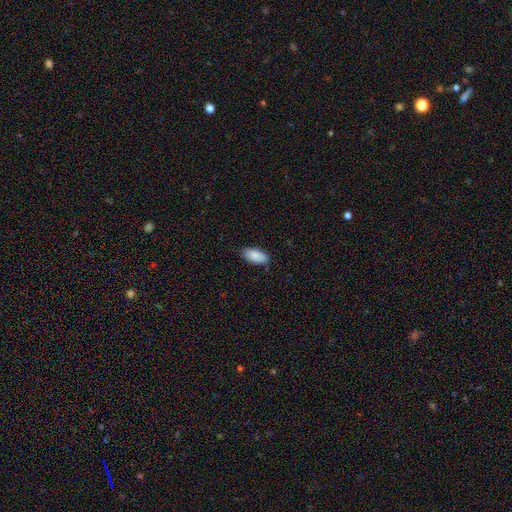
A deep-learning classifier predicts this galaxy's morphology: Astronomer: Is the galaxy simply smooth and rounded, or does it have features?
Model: smooth — 89%.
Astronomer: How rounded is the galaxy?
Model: in between — 92%.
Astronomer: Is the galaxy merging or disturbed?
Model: none — 82%.